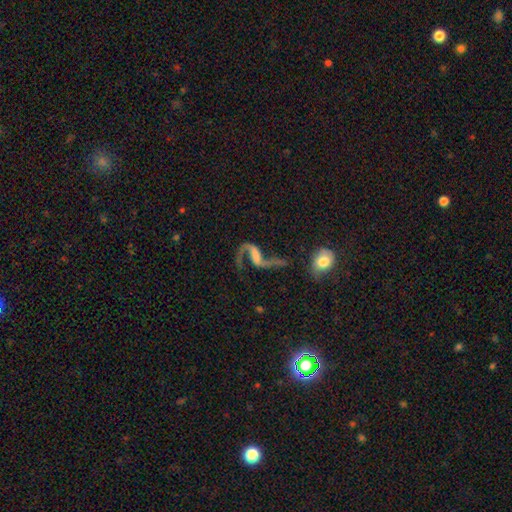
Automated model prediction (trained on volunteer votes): Smooth or featured: featured or disk — 85% (smooth — 8%)
Edge-on disk: no — 96% (yes — 4%)
Bar: weak — 38% (strong — 34%)
Spiral arms: yes — 93% (no — 7%)
Spiral winding: loose — 85% (medium — 12%)
Spiral arm count: 2 — 89% (1 — 7%)
Bulge size: none — 49% (small — 19%)
Merging: none — 47% (major disturbance — 26%)